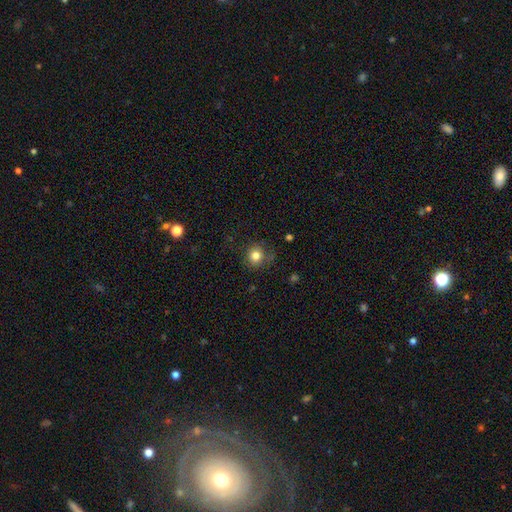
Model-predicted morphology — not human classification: This appears to be a smooth galaxy with no disk features (80%) that is round (85%). Merging: none (79%).